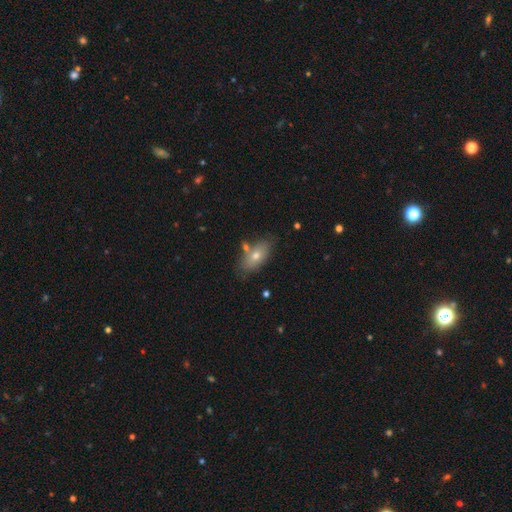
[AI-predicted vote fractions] Morphology: type=smooth (68%); roundness=in between (85%); merging=none (74%).